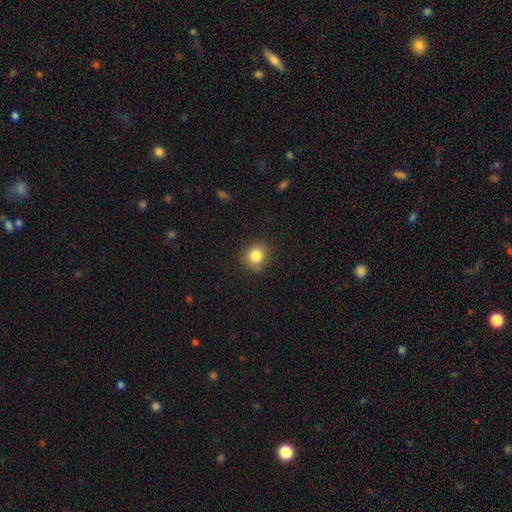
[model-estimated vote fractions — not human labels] Smooth or featured? Predicted: smooth (p=0.83). How rounded? Predicted: round (p=0.82). Merging? Predicted: none (p=0.84).